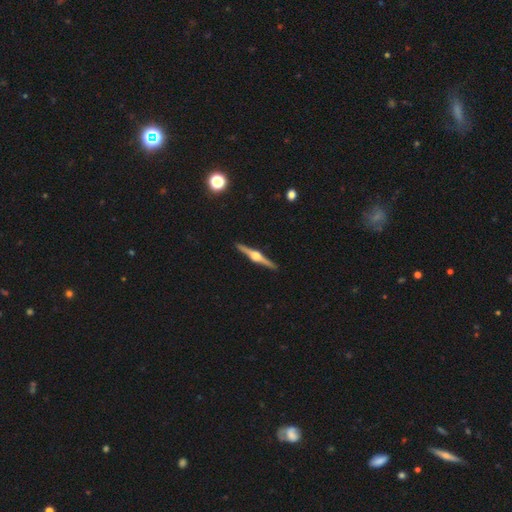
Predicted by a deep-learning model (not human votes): A featured or disk galaxy (88%) viewed edge-on (99%) with a rounded central bulge (95%). Merging: none (92%).